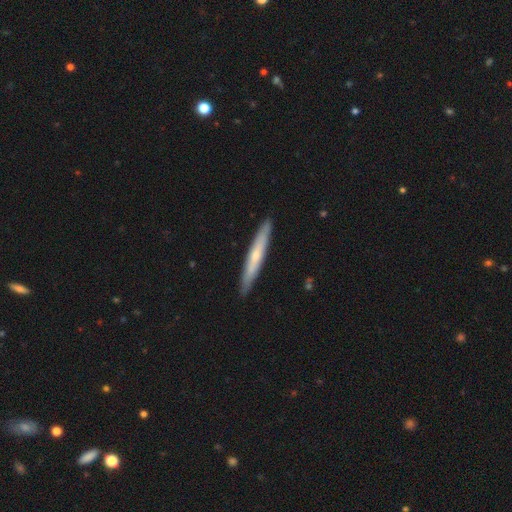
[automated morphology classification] type=smooth (48%); merging=none (91%).